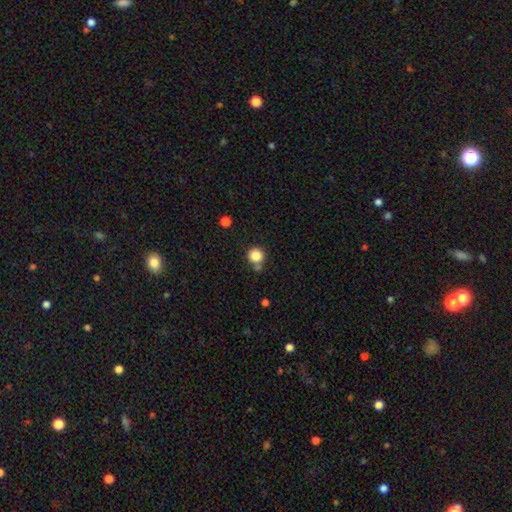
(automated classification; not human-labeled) This is clearly a smooth galaxy (84%). How rounded: clearly round (93%). Merging: likely none (68%).